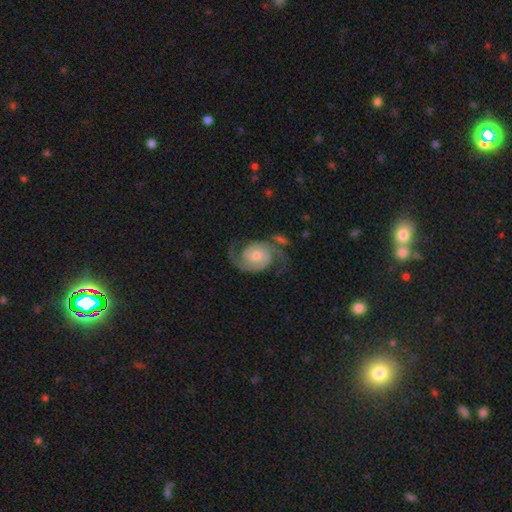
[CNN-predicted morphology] This is clearly a featured or disk galaxy (91%). It is clearly not viewed edge-on (98%). Bar: likely no (69%). Spiral arm pattern: clearly yes (98%). Spiral arm count: clearly 2 (92%). Spiral winding: possibly medium (46%). Central bulge: likely moderate (61%). Merging: likely none (71%).